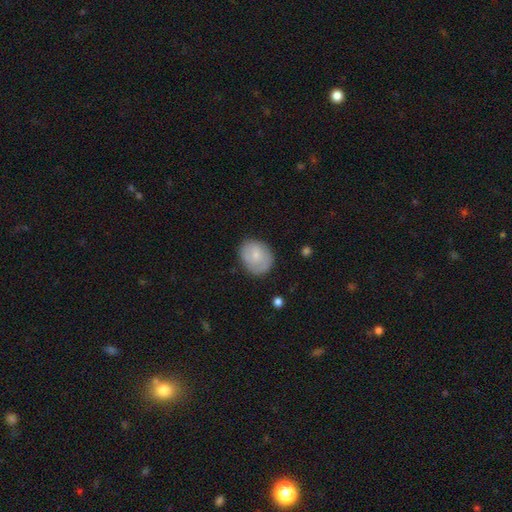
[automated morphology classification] A smooth galaxy with no disk features (68%) that is round (54%). Merging: none (71%).